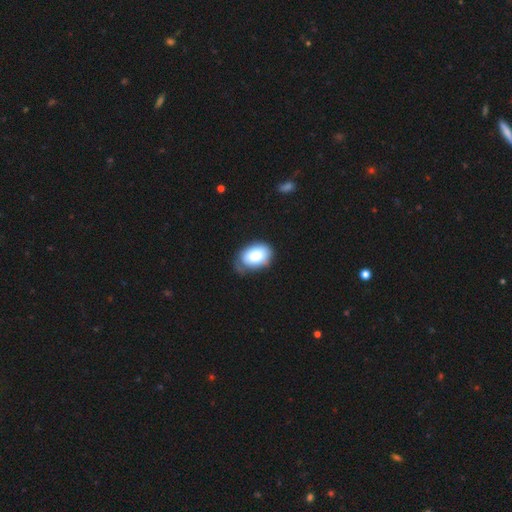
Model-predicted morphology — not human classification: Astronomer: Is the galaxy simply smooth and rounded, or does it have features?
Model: smooth — 80%.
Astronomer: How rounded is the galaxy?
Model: in between — 84%.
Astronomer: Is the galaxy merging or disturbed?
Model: none — 51% (runner-up: minor disturbance, 36%).